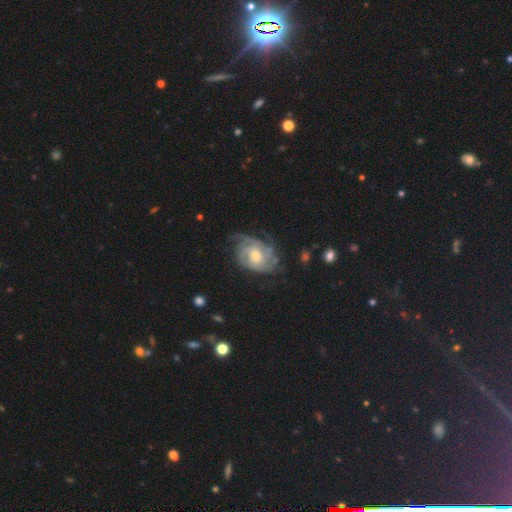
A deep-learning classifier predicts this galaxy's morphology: Smooth or featured? featured or disk (86%)
Edge-on disk? no (97%)
Bar? no (67%)
Spiral arms? yes (96%)
Spiral winding? tight (63%)
Spiral arm count? can't tell (31%)
Bulge size? moderate (56%)
Merging? none (60%)